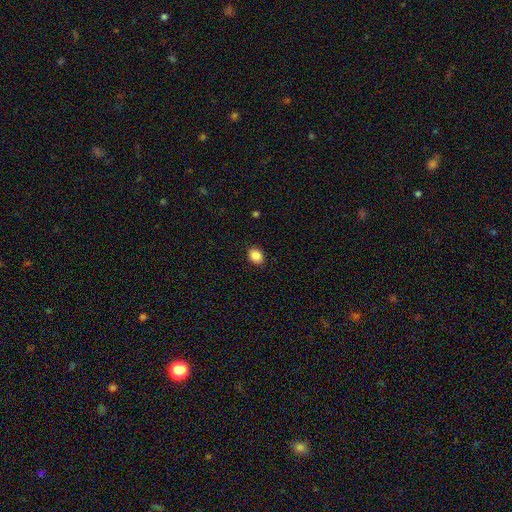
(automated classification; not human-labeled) This is clearly a smooth galaxy (88%). How rounded: possibly in between (55%). Merging: clearly none (90%).